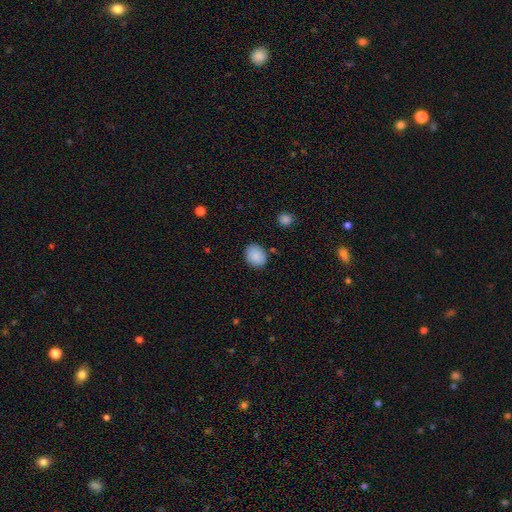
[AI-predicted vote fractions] Smooth or featured? Predicted: smooth (p=0.88). How rounded? Predicted: round (p=0.53). Merging? Predicted: none (p=0.84).